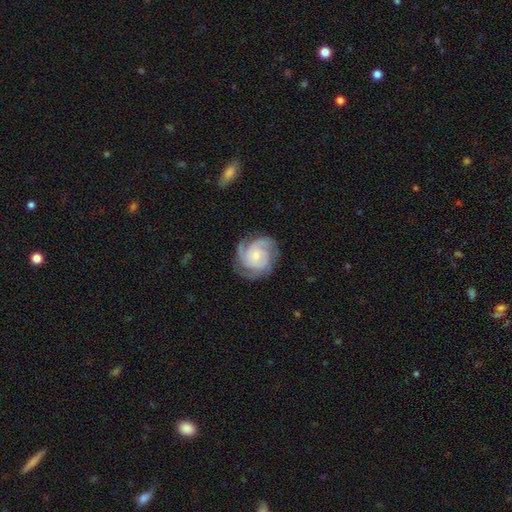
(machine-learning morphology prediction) A featured or disk galaxy (87%) with no bar (72%), 3 (52%) tight (63%) spiral arms (98%) and a small central bulge (62%). Merging: none (75%).